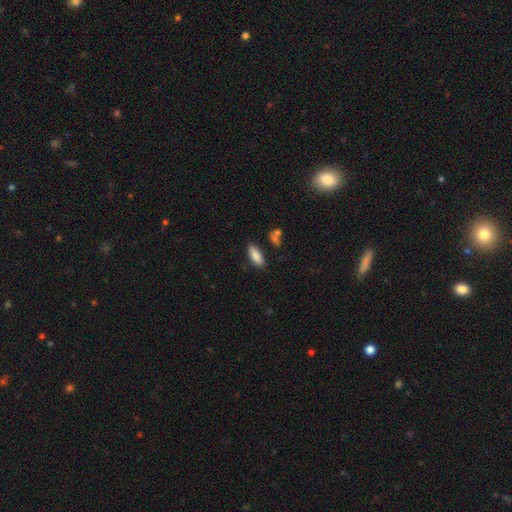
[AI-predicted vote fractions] The model was most divided on "how rounded": in between: 78%, cigar-shaped: 20%, round: 2%. More confident: smooth or featured — smooth (87%); merging — none (82%).